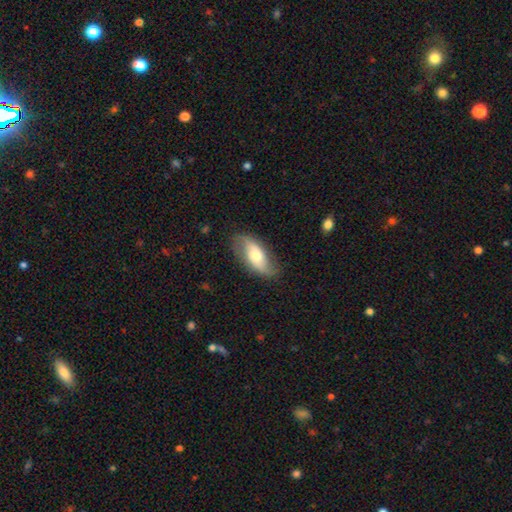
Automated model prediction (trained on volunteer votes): Q: Smooth or featured?
A: featured or disk (59%); runner-up: smooth (35%)
Q: Edge-on disk?
A: no (87%); runner-up: yes (13%)
Q: Bar?
A: no (60%); runner-up: weak (26%)
Q: Spiral arms?
A: yes (80%); runner-up: no (20%)
Q: Bulge size?
A: moderate (67%); runner-up: small (22%)
Q: Merging?
A: none (77%); runner-up: minor disturbance (17%)